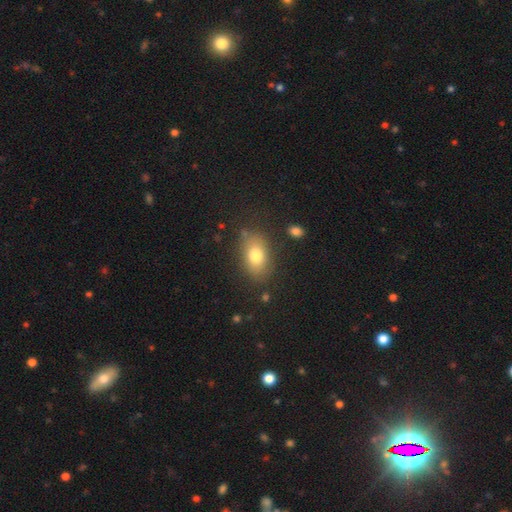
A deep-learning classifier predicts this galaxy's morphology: Smooth or featured?
  - smooth: 77% *
  - featured or disk: 14%
  - star or artifact: 9%
How rounded?
  - in between: 85% *
  - round: 13%
  - cigar-shaped: 2%
Merging?
  - none: 80% *
  - minor disturbance: 13%
  - major disturbance: 4%
  - merger: 3%